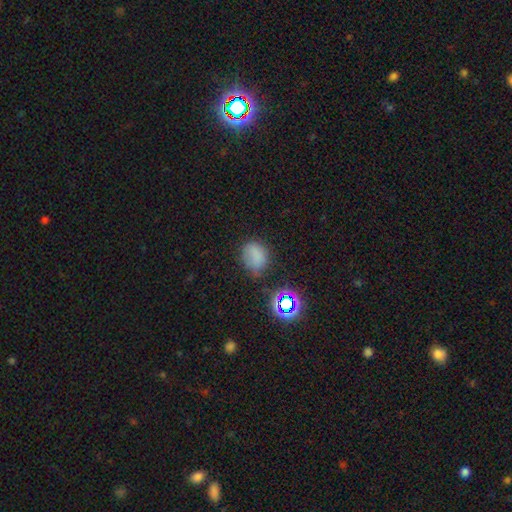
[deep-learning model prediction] Q: Smooth or featured?
A: smooth (71%); runner-up: star or artifact (20%)
Q: How rounded?
A: round (50%); runner-up: in between (49%)
Q: Merging?
A: none (56%); runner-up: minor disturbance (29%)